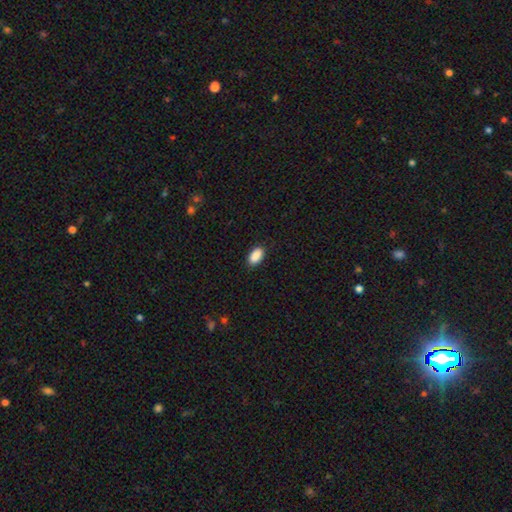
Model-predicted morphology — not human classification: Smooth or featured? Predicted: smooth (p=0.90). How rounded? Predicted: in between (p=0.94). Merging? Predicted: none (p=0.88).